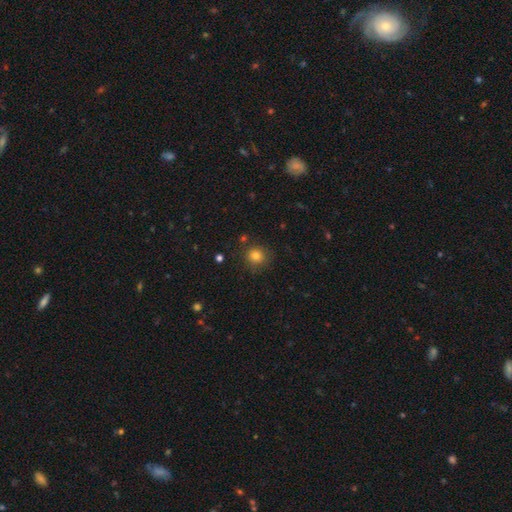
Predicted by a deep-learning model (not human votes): A smooth galaxy with no disk features (81%) that is round (91%). Merging: none (83%).